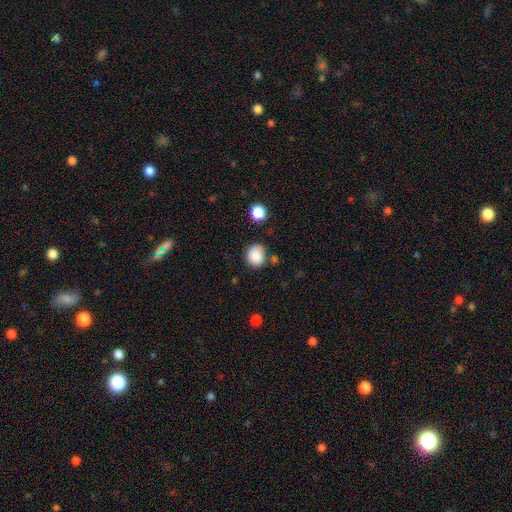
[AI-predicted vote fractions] Smooth or featured? Predicted: smooth (p=0.87). How rounded? Predicted: round (p=0.82). Merging? Predicted: none (p=0.78).